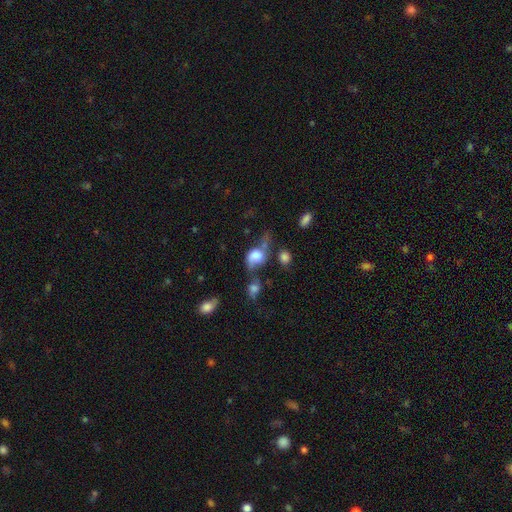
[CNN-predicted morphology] Smooth or featured?
  - smooth: 56% *
  - featured or disk: 32%
  - star or artifact: 12%
How rounded?
  - in between: 61% *
  - round: 37%
  - cigar-shaped: 2%
Merging?
  - none: 28% *
  - major disturbance: 26%
  - minor disturbance: 23%
  - merger: 23%